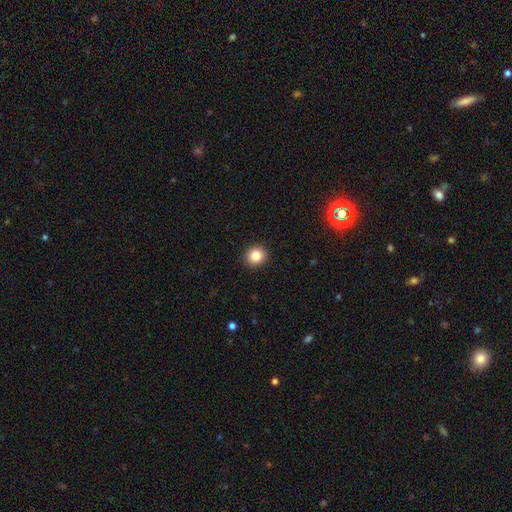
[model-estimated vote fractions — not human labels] smooth-or-featured: smooth: 85% | star or artifact: 10% | featured or disk: 5%
  how-rounded: round: 87% | in between: 12% | cigar-shaped: 1%
  merging: none: 92% | minor disturbance: 5% | major disturbance: 2% | merger: 1%